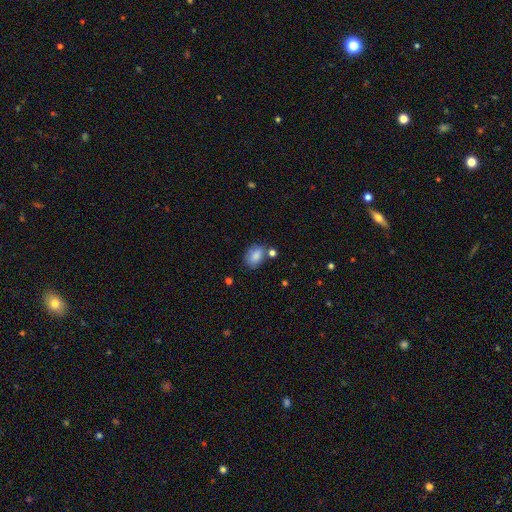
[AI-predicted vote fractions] Q: Smooth or featured?
A: smooth (83%); runner-up: star or artifact (8%)
Q: How rounded?
A: in between (79%); runner-up: round (19%)
Q: Merging?
A: none (65%); runner-up: minor disturbance (19%)